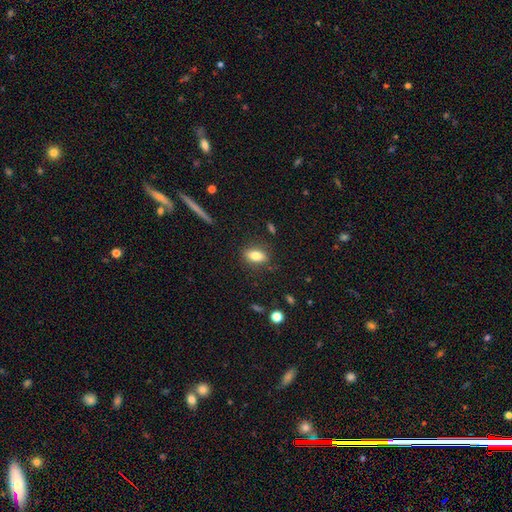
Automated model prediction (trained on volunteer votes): smooth 79%, featured or disk 13%, star or artifact 9%. Down the decision tree: how rounded — in between (82%); merging — none (84%).